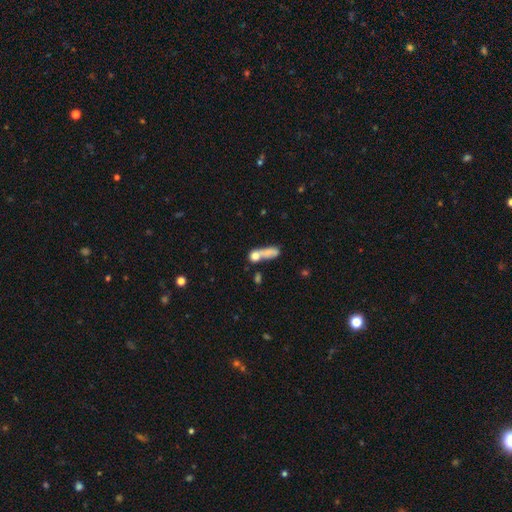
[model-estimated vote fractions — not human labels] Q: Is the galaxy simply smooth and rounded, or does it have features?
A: smooth — 70%.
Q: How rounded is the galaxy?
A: in between — 38%.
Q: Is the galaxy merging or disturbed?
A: merger — 51%.